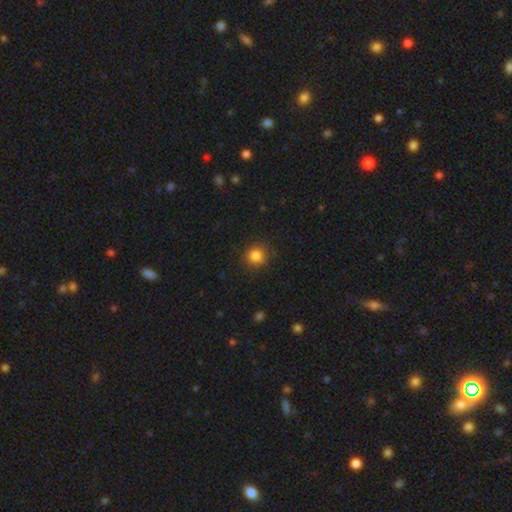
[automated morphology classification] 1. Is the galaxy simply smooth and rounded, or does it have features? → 83% smooth, 11% star or artifact, 6% featured or disk.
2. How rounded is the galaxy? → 87% round, 12% in between, 1% cigar-shaped.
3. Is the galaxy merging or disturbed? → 83% none, 13% minor disturbance, 3% major disturbance, 1% merger.